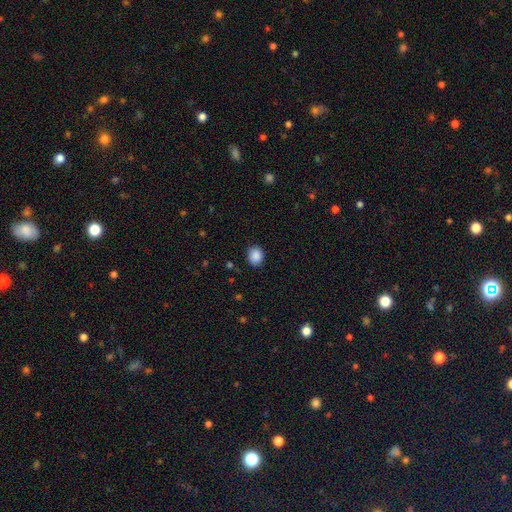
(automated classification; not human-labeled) Q: Smooth or featured?
A: smooth (88%); runner-up: star or artifact (8%)
Q: How rounded?
A: round (56%); runner-up: in between (43%)
Q: Merging?
A: none (87%); runner-up: minor disturbance (10%)